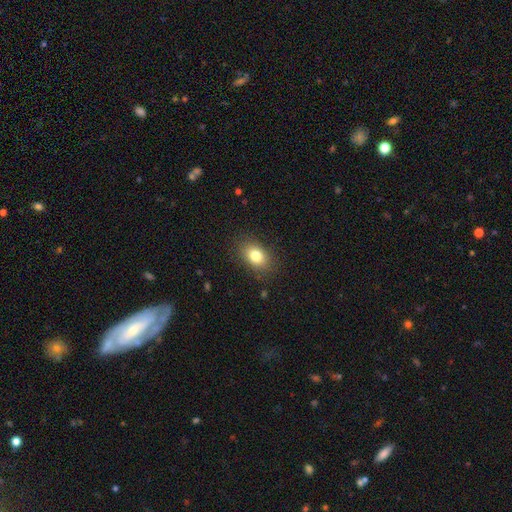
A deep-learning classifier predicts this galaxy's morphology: A smooth galaxy with no disk features (80%) that is in between round and cigar-shaped (78%). Merging: none (86%).